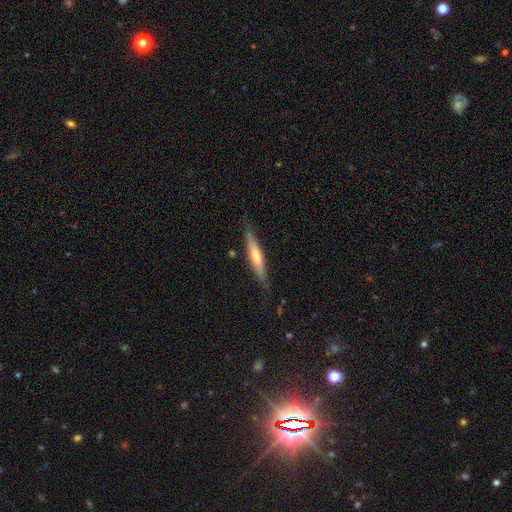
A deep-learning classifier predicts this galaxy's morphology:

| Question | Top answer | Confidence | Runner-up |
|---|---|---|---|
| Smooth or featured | featured or disk | 58% | smooth (36%) |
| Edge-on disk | yes | 95% | no (5%) |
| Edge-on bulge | rounded | 73% | none (18%) |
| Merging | none | 83% | minor disturbance (13%) |